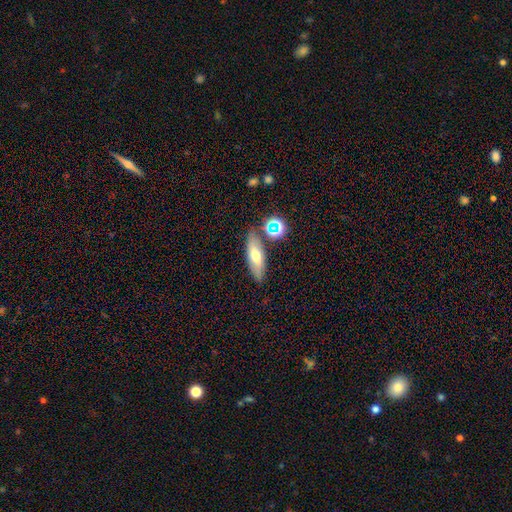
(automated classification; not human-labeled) smooth_or_featured: smooth (p=0.55) [alt: featured or disk p=0.35]
how_rounded: in between (p=0.54) [alt: cigar-shaped p=0.42]
merging: none (p=0.77) [alt: minor disturbance p=0.12]